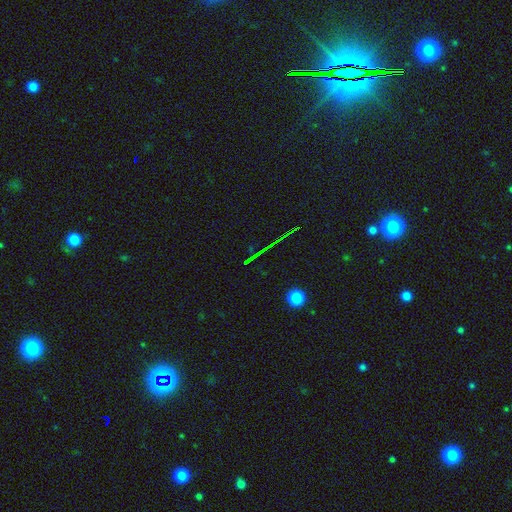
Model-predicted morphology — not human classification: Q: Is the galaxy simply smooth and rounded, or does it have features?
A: star or artifact — 74%.